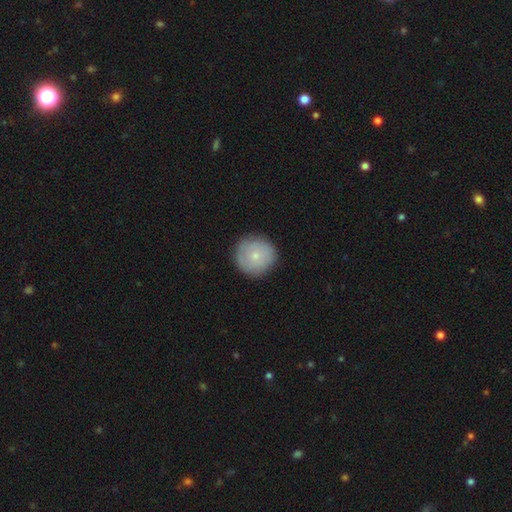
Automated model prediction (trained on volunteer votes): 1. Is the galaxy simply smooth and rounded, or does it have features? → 69% smooth, 24% featured or disk, 7% star or artifact.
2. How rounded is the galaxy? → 95% round, 4% in between, 1% cigar-shaped.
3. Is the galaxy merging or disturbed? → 87% none, 9% minor disturbance, 2% major disturbance, 1% merger.